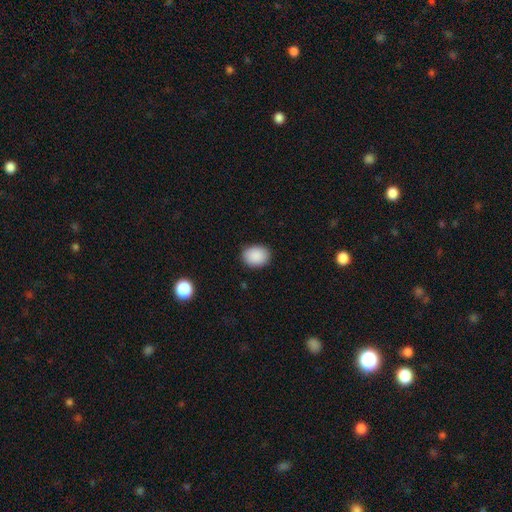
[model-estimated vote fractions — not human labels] smooth 89%, star or artifact 8%, featured or disk 3%. Down the decision tree: how rounded — in between (54%); merging — none (87%).